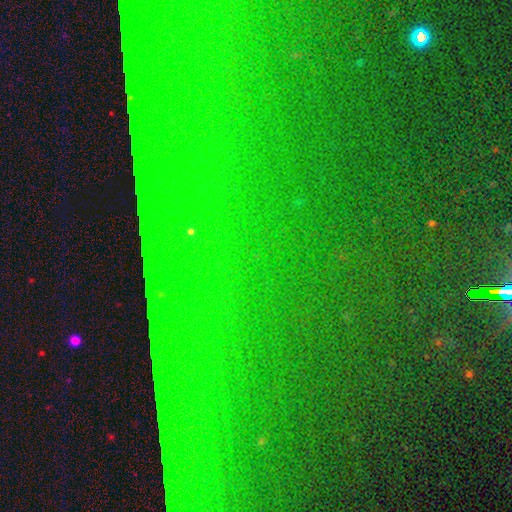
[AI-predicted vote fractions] A star or artifact, not a galaxy (83%).

Vote fractions:
- Smooth or featured? star or artifact: 83% / smooth: 10% / featured or disk: 7%